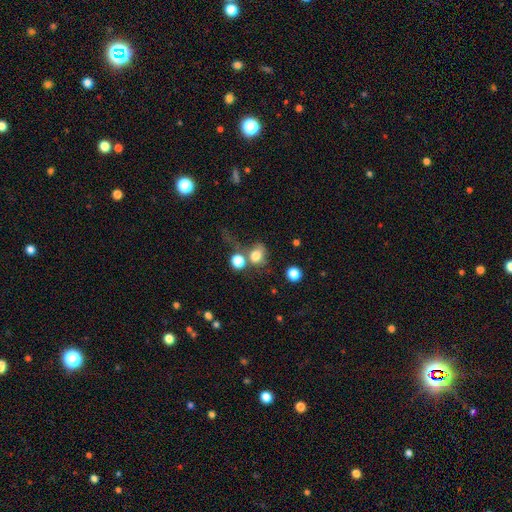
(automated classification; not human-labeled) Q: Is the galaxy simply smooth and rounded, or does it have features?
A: smooth — 76%.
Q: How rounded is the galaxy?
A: round — 64%.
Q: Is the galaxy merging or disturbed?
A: none — 36%.